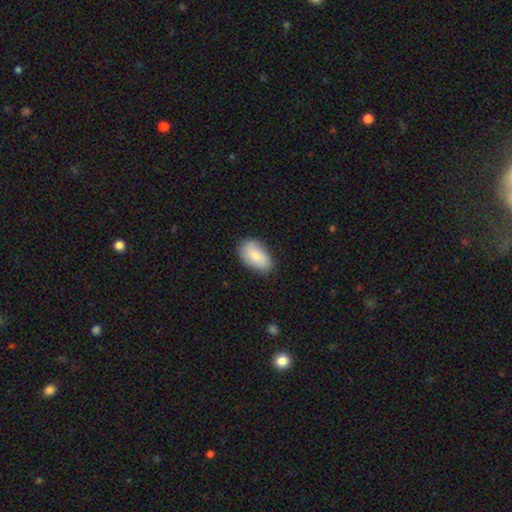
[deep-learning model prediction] Smooth or featured? smooth (76%)
How rounded? in between (92%)
Merging? none (78%)